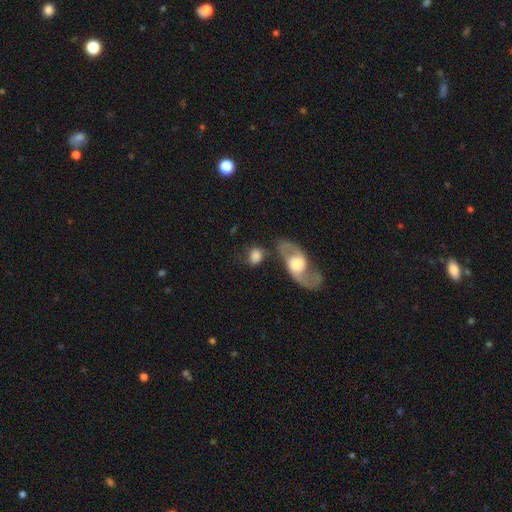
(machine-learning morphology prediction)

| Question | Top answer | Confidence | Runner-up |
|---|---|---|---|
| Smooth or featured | smooth | 65% | featured or disk (27%) |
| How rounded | in between | 52% | round (45%) |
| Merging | none | 52% | merger (22%) |